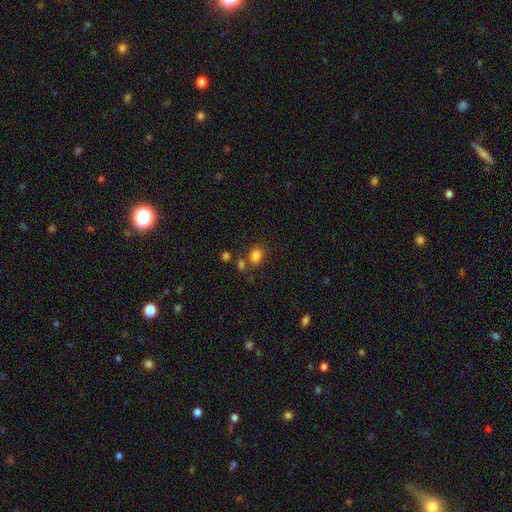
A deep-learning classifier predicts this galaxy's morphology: This is clearly a smooth galaxy (82%). How rounded: possibly in between (53%). Merging: likely none (68%).